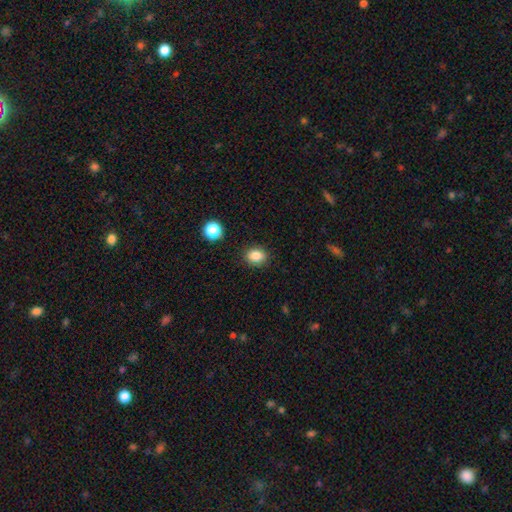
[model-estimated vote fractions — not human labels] A smooth galaxy with no disk features (85%) that is in between round and cigar-shaped (50%).

Vote fractions:
- Smooth or featured? smooth: 85% / star or artifact: 11% / featured or disk: 4%
- How rounded? in between: 50% / round: 49% / cigar-shaped: 1%
- Merging? none: 87% / minor disturbance: 9% / major disturbance: 2% / merger: 2%